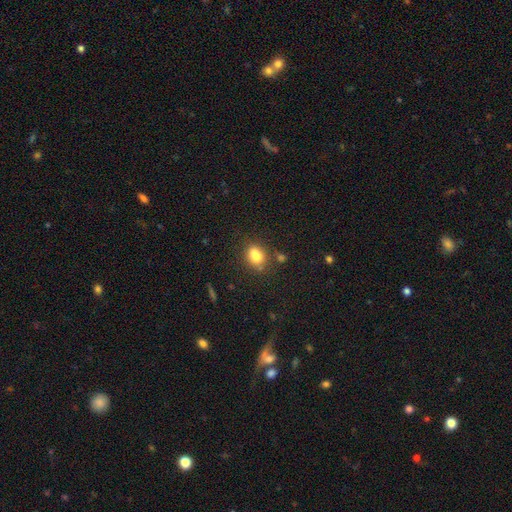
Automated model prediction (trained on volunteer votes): A smooth galaxy with no disk features (77%) that is in between round and cigar-shaped (65%). Merging: none (53%).